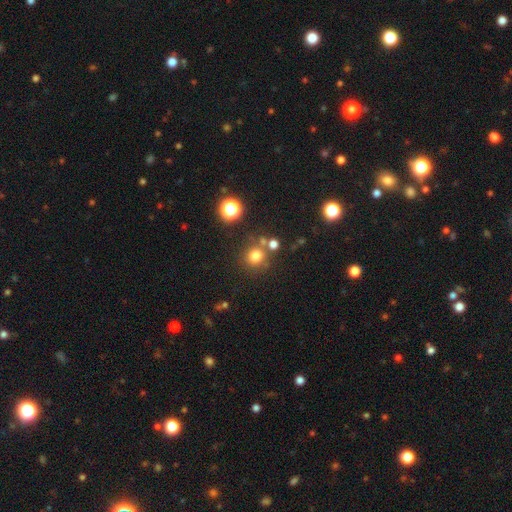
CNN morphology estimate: Smooth or featured?
  - smooth: 75% *
  - star or artifact: 18%
  - featured or disk: 7%
How rounded?
  - round: 89% *
  - in between: 10%
  - cigar-shaped: 1%
Merging?
  - none: 73% *
  - merger: 13%
  - minor disturbance: 10%
  - major disturbance: 4%